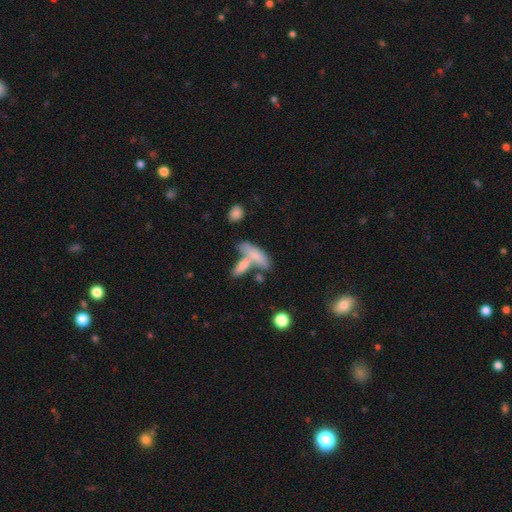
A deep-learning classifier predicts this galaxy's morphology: Overall: smooth (71%). How rounded: cigar-shaped (49%; in between 48%). Merging: merger (47%; none 34%).